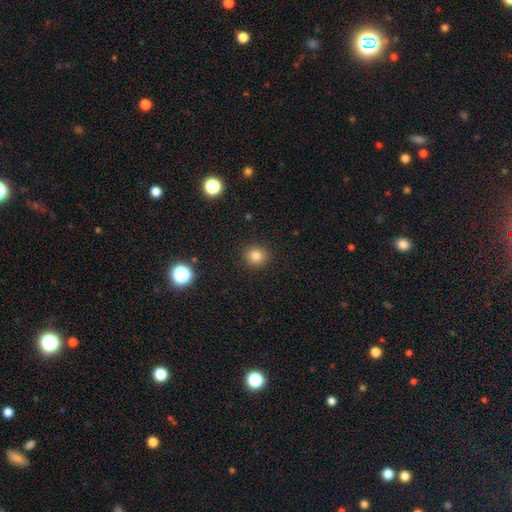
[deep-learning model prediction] This appears to be a smooth galaxy with no disk features (81%) that is round (88%). Merging: none (91%).